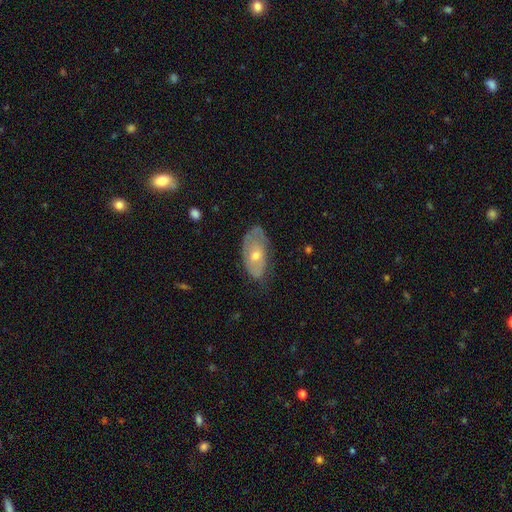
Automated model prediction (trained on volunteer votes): This is possibly a featured or disk galaxy (56%). It is clearly not viewed edge-on (87%). Merging: likely none (61%).